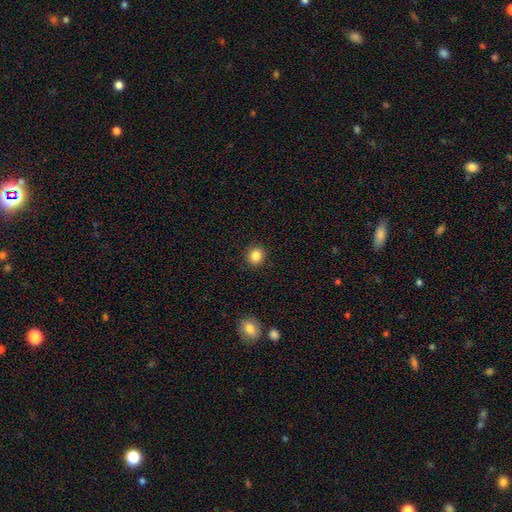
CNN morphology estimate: Overall: smooth (85%). How rounded: round (88%). Merging: none (91%).